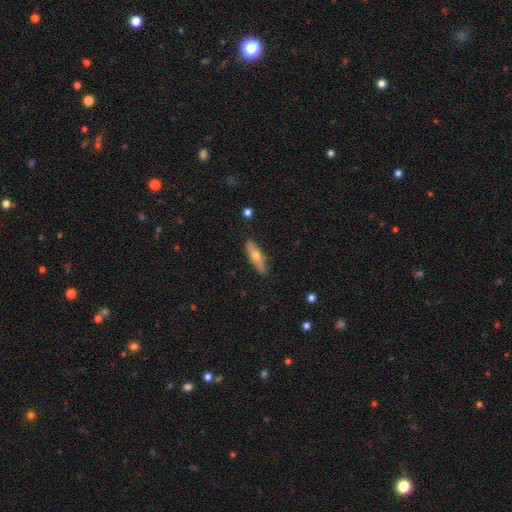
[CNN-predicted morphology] Overall: smooth (59%; featured or disk 34%). How rounded: cigar-shaped (51%; in between 46%). Merging: none (83%).